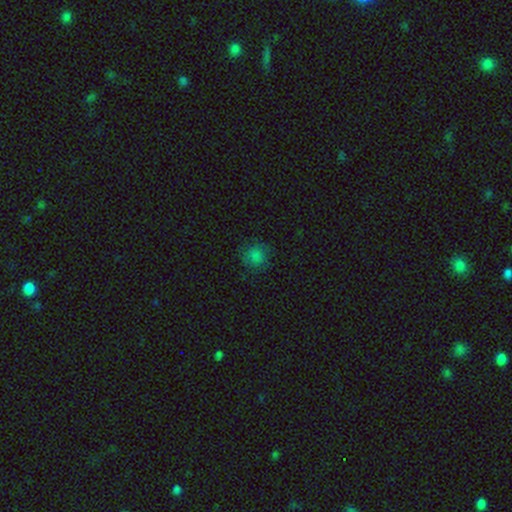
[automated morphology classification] This is likely a smooth galaxy (80%). How rounded: clearly round (89%). Merging: clearly none (80%).